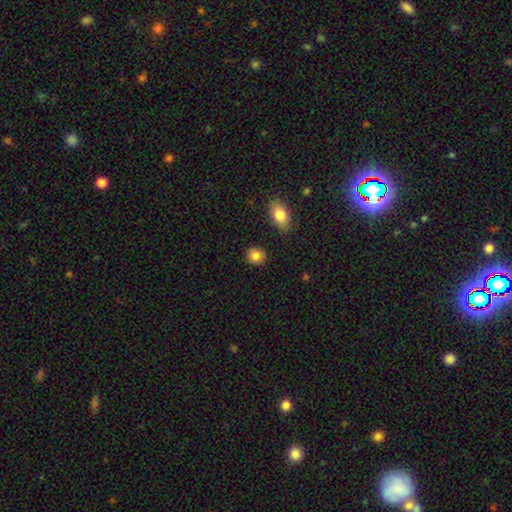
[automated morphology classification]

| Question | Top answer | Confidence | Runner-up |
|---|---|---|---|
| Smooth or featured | smooth | 86% | star or artifact (9%) |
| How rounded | round | 85% | in between (13%) |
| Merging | none | 90% | minor disturbance (6%) |